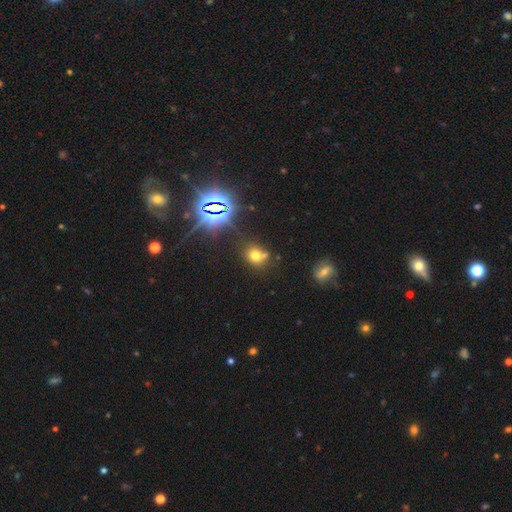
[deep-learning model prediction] This is likely a smooth galaxy (63%). How rounded: likely round (70%). Merging: possibly none (55%).